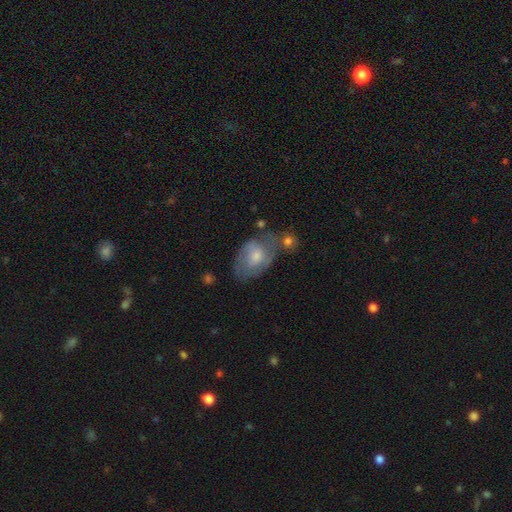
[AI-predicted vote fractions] Smooth or featured? Predicted: smooth (p=0.48). Merging? Predicted: none (p=0.40).